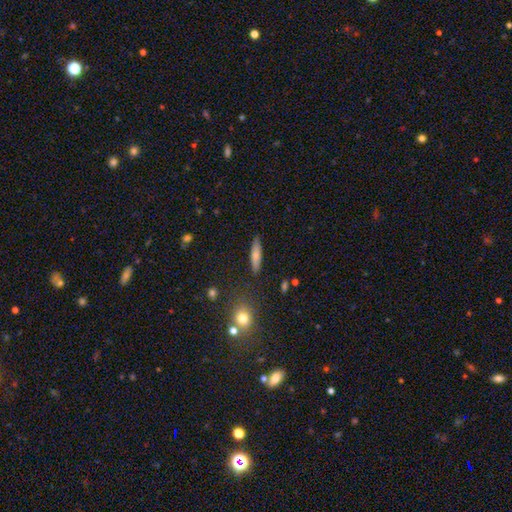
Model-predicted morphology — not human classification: Smooth or featured? smooth (72%)
How rounded? cigar-shaped (77%)
Merging? none (86%)